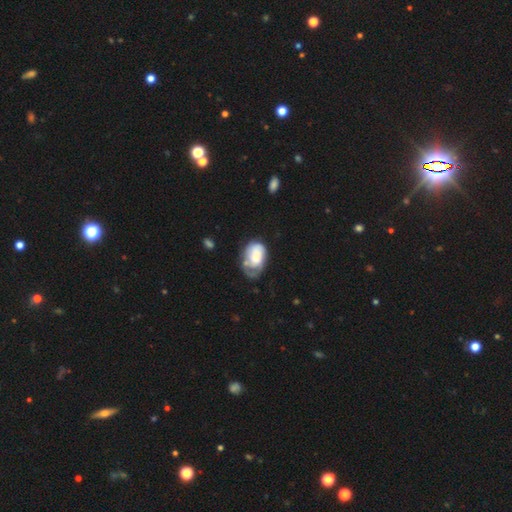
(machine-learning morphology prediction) smooth_or_featured: smooth (p=0.53) [alt: featured or disk p=0.40]
how_rounded: in between (p=0.83) [alt: round p=0.15]
merging: minor disturbance (p=0.35) [alt: none p=0.31]